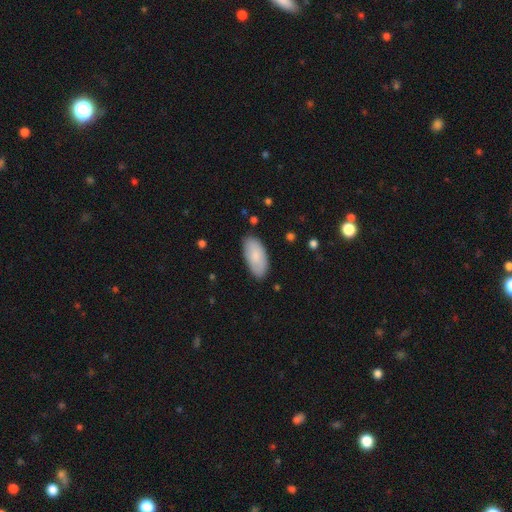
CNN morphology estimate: Overall: smooth (84%). How rounded: in between (93%). Merging: none (82%).